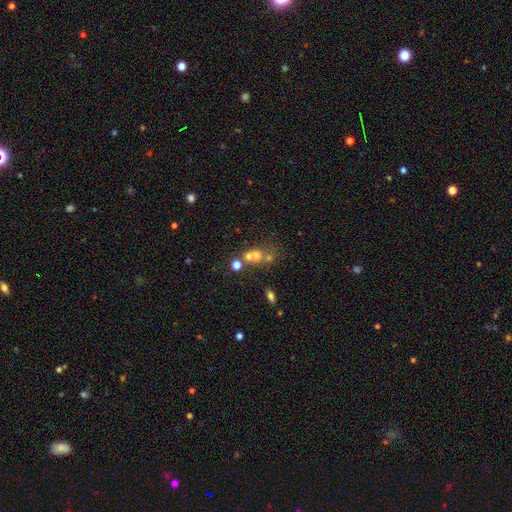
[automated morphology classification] Q: Smooth or featured?
A: smooth (59%); runner-up: featured or disk (21%)
Q: How rounded?
A: round (72%); runner-up: in between (26%)
Q: Merging?
A: merger (50%); runner-up: none (35%)